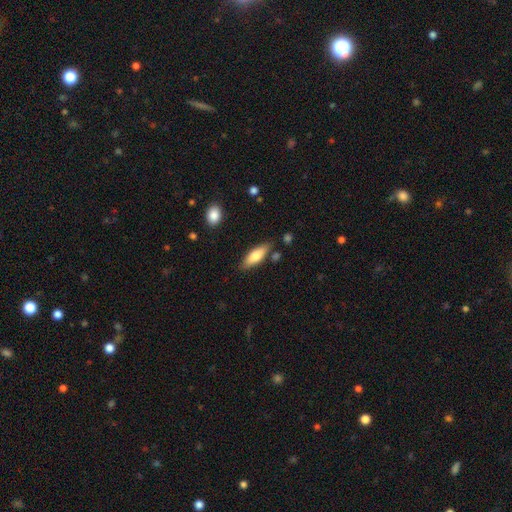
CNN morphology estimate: The model was most divided on "how rounded": in between: 60%, cigar-shaped: 38%, round: 2%. More confident: merging — none (79%); smooth or featured — smooth (72%).